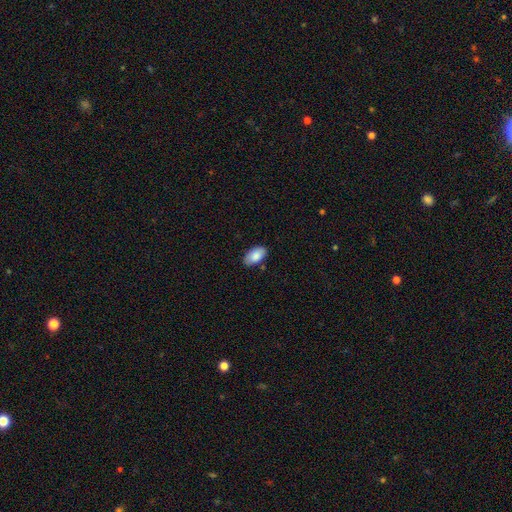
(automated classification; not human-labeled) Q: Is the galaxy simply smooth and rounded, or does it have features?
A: smooth — 86%.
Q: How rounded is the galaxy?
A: in between — 95%.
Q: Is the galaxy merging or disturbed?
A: none — 79%.